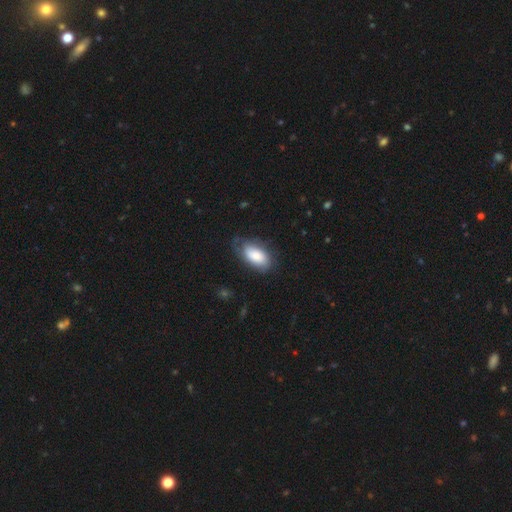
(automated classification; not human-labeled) This appears to be a smooth galaxy with no disk features (77%) that is in between round and cigar-shaped (93%). Merging: none (61%).